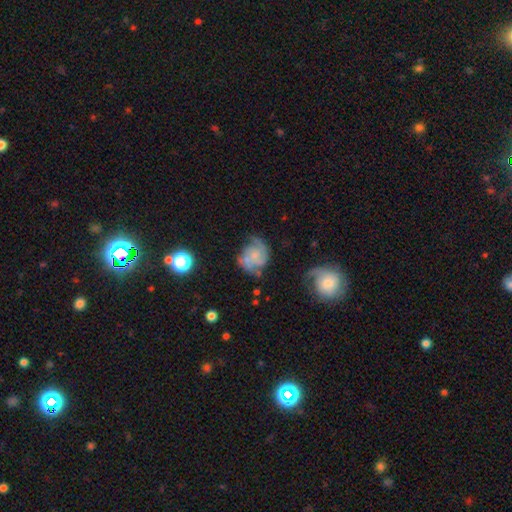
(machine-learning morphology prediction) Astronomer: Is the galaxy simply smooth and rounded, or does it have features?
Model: featured or disk — 73%.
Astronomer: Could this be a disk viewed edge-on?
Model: no — 98%.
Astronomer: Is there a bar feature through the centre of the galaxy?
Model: no — 70%.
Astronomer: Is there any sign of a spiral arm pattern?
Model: yes — 91%.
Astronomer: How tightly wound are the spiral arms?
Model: medium — 47% (runner-up: tight, 29%).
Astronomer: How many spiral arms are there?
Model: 2 — 61%.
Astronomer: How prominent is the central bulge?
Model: small — 52% (runner-up: none, 28%).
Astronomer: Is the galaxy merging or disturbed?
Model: none — 54%.